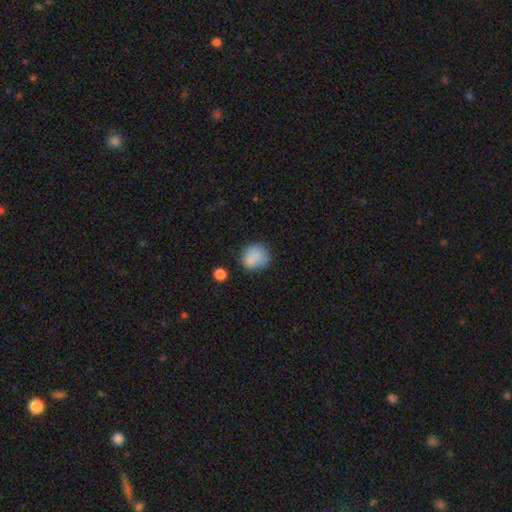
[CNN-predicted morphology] A smooth galaxy with no disk features (84%) that is round (81%).

Vote fractions:
- Smooth or featured? smooth: 84% / star or artifact: 10% / featured or disk: 6%
- How rounded? round: 81% / in between: 18% / cigar-shaped: 1%
- Merging? none: 71% / minor disturbance: 19% / major disturbance: 6% / merger: 4%